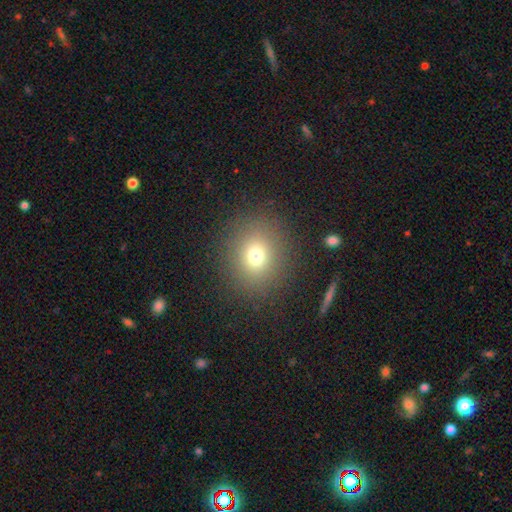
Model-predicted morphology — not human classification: Smooth or featured: smooth — 72% (star or artifact — 17%)
How rounded: round — 78% (in between — 21%)
Merging: none — 88% (minor disturbance — 7%)